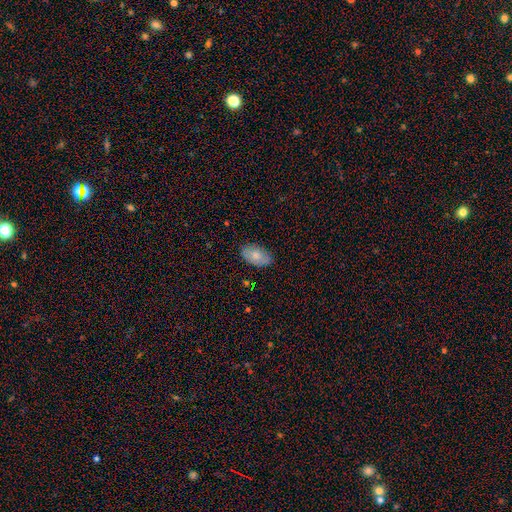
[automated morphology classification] smooth-or-featured: smooth: 77% | featured or disk: 17% | star or artifact: 7%
  how-rounded: in between: 94% | round: 5% | cigar-shaped: 2%
  merging: none: 81% | minor disturbance: 16% | major disturbance: 3% | merger: 1%